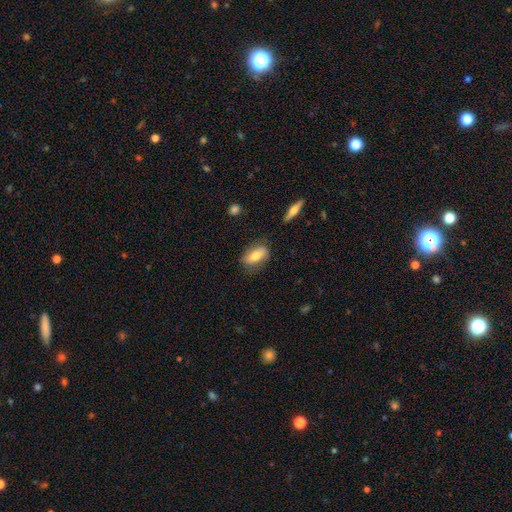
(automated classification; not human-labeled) Smooth or featured: smooth — 64% (featured or disk — 29%)
How rounded: in between — 85% (cigar-shaped — 8%)
Merging: none — 72% (minor disturbance — 20%)